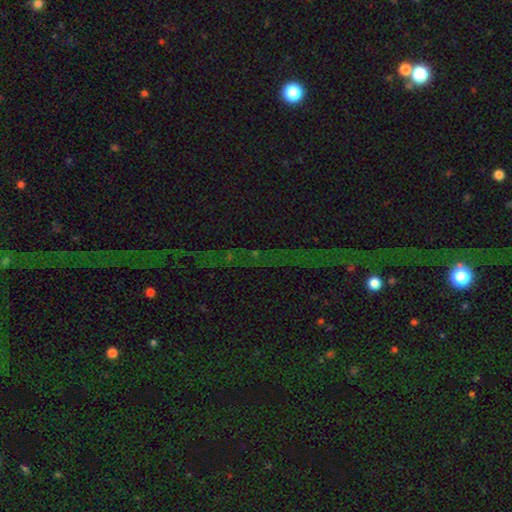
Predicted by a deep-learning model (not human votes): Morphology: type=star or artifact (75%).